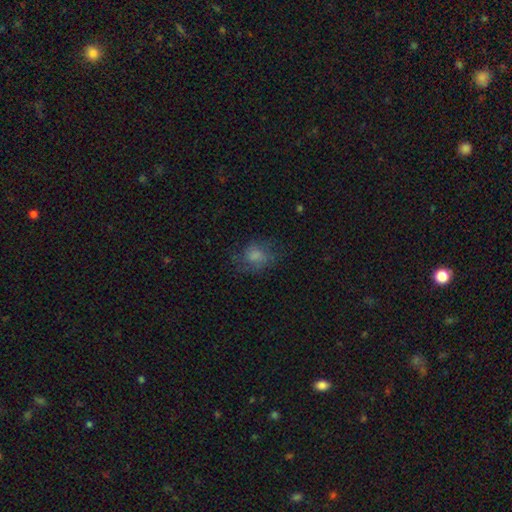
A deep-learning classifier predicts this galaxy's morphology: type=smooth (67%); roundness=round (57%); merging=none (59%).